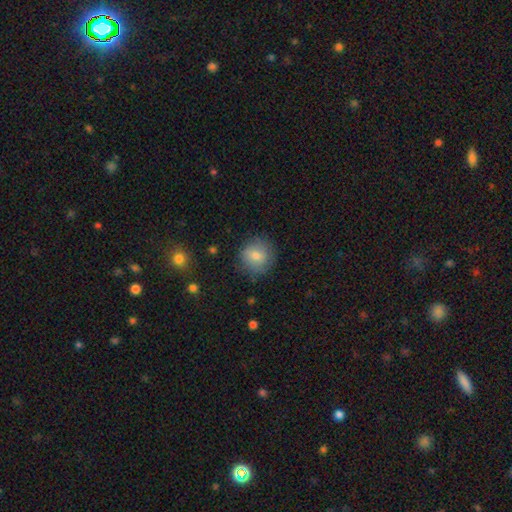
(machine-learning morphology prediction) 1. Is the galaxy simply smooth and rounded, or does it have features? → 75% smooth, 15% featured or disk, 10% star or artifact.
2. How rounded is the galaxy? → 88% round, 11% in between, 1% cigar-shaped.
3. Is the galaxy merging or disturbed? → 82% none, 13% minor disturbance, 4% major disturbance, 1% merger.